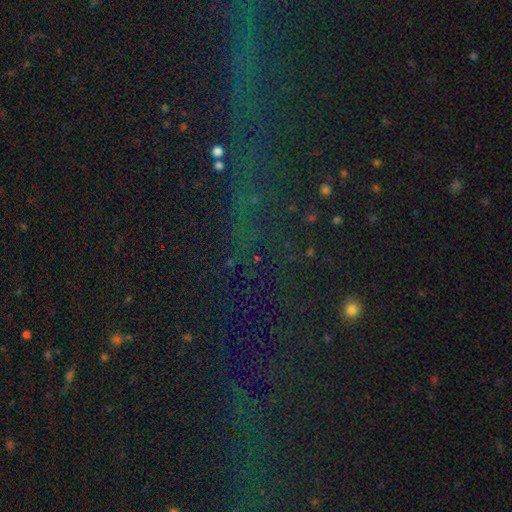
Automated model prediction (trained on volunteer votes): Morphology: type=star or artifact (74%).